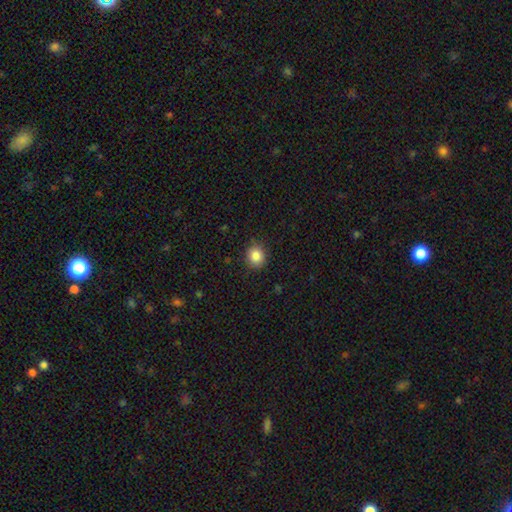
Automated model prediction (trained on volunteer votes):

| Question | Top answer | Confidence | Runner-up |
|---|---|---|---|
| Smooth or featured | smooth | 86% | star or artifact (10%) |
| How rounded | round | 77% | in between (22%) |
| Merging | none | 87% | minor disturbance (9%) |